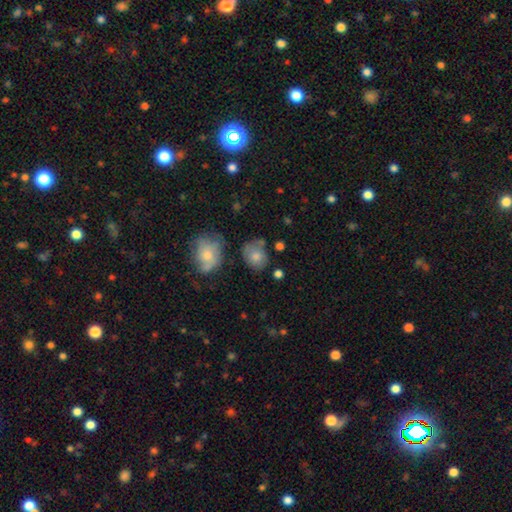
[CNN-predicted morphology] This appears to be a smooth galaxy with no disk features (76%) that is round (54%). Merging: none (57%).